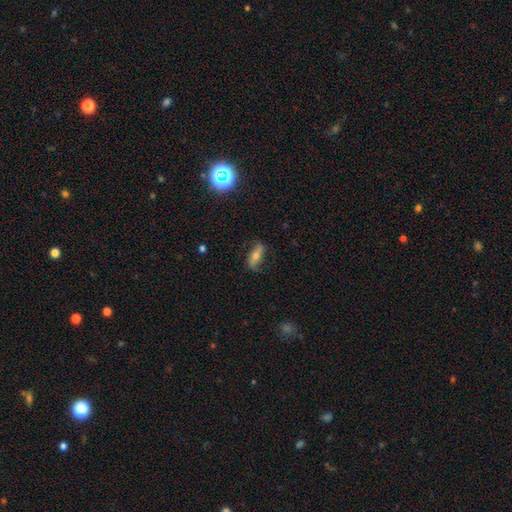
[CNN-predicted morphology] smooth-or-featured: featured or disk: 46% | smooth: 41% | star or artifact: 13%
  merging: none: 76% | minor disturbance: 17% | major disturbance: 5% | merger: 2%